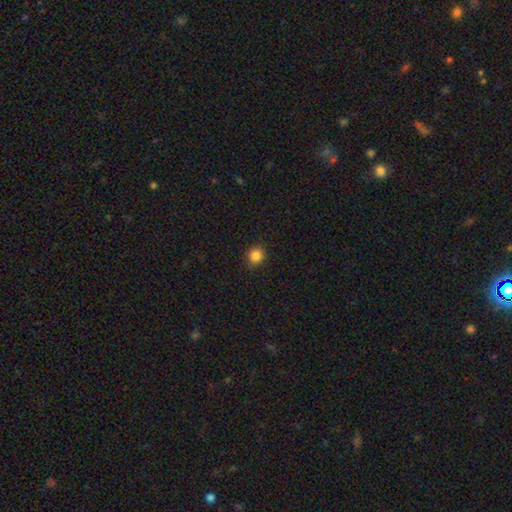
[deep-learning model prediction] This appears to be a smooth galaxy with no disk features (85%) that is round (89%). Merging: none (90%).